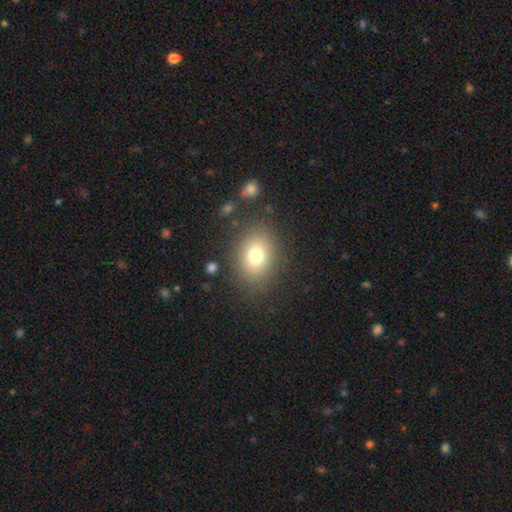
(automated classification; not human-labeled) The model was most divided on "how rounded": in between: 53%, round: 46%, cigar-shaped: 1%. More confident: merging — none (82%); smooth or featured — smooth (76%).